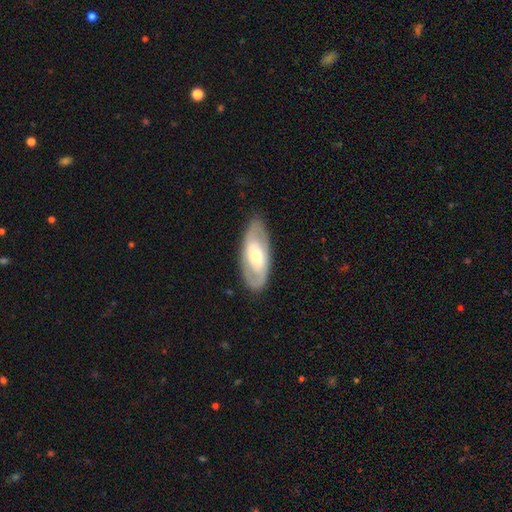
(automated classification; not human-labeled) smooth-or-featured: featured or disk: 64% | smooth: 31% | star or artifact: 5%
  disk-edge-on: no: 89% | yes: 11%
    bar: no: 50% | weak: 33% | strong: 17%
    has-spiral-arms: yes: 67% | no: 33%
    bulge-size: moderate: 61% | small: 27% | large: 9% | dominant: 1% | none: 1%
  merging: none: 84% | minor disturbance: 11% | major disturbance: 3% | merger: 1%